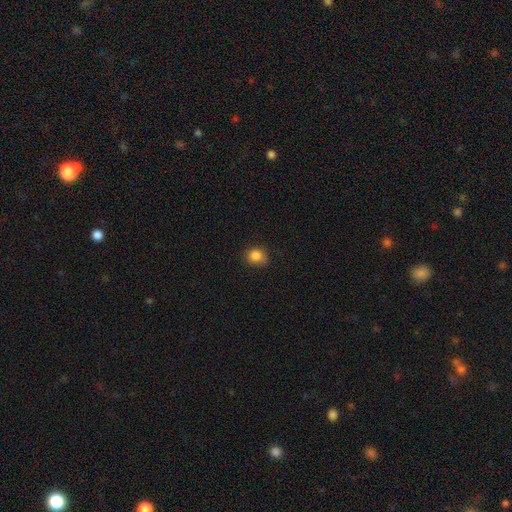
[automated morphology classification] smooth 85%, star or artifact 10%, featured or disk 4%. Down the decision tree: how rounded — round (72%); merging — none (76%).